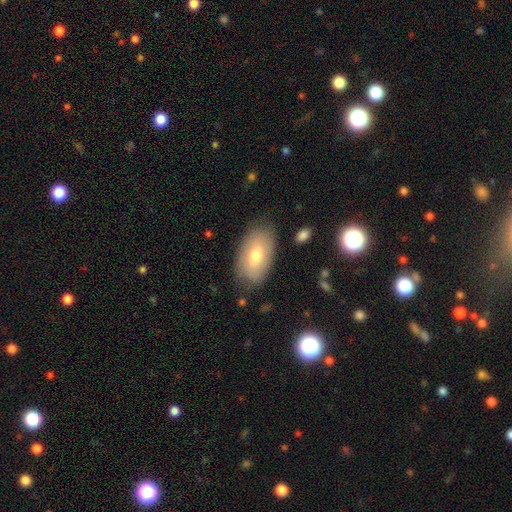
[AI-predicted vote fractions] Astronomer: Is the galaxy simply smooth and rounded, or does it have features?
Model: smooth — 64%.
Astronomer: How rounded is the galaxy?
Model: in between — 93%.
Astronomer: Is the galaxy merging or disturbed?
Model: none — 81%.